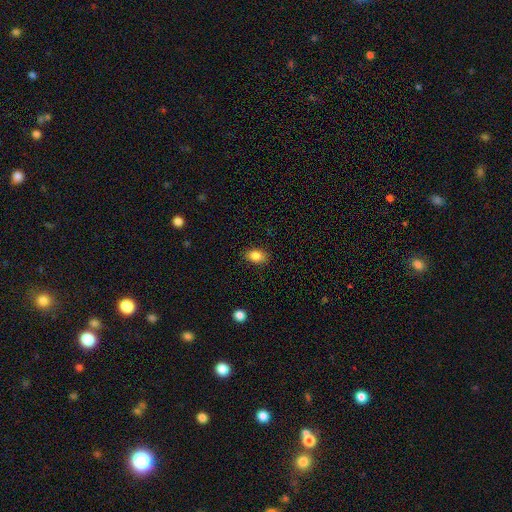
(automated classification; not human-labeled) Overall: smooth (86%). How rounded: in between (83%). Merging: none (87%).